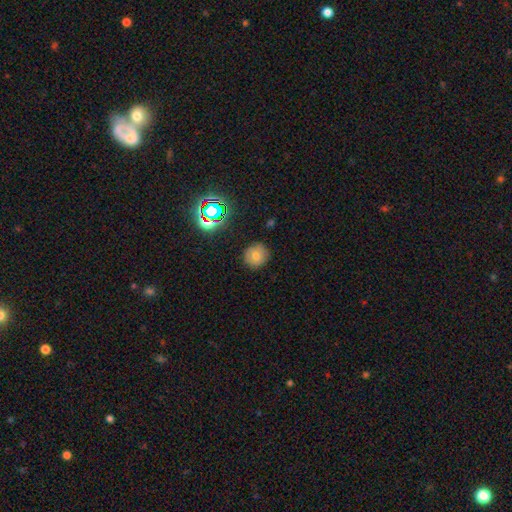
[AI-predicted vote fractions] Smooth or featured? smooth (68%)
How rounded? round (91%)
Merging? none (87%)